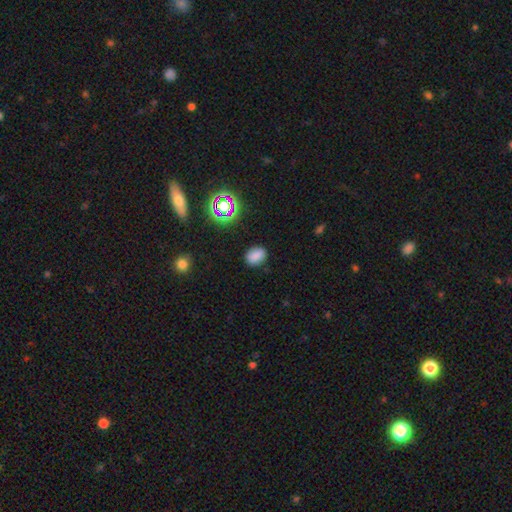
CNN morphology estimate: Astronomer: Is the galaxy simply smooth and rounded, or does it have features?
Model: smooth — 80%.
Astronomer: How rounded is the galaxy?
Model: in between — 75%.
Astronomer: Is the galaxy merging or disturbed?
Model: none — 85%.